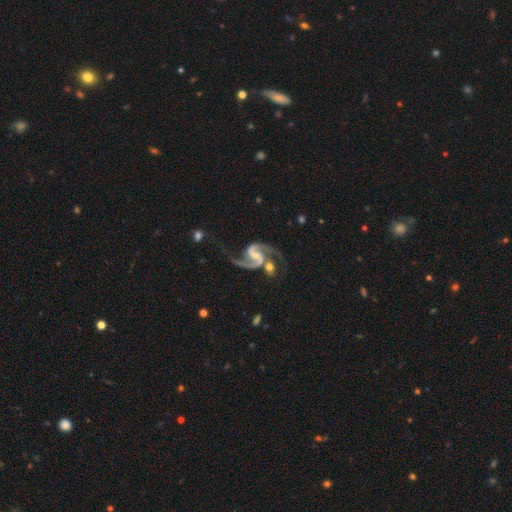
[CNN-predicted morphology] A featured or disk galaxy (94%) with a weak bar (47%), 2 (94%) medium (54%) spiral arms (98%) and a small central bulge (57%). Merging: none (54%).